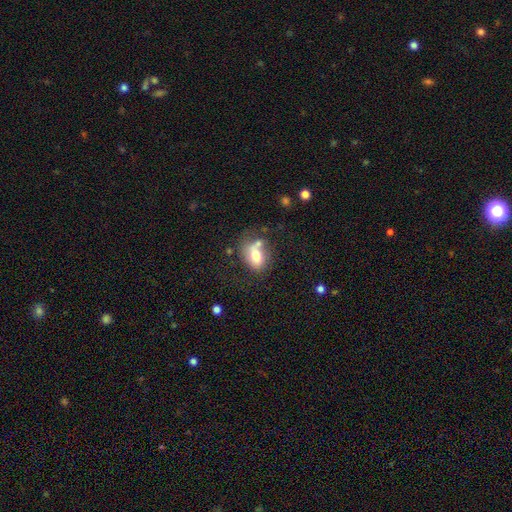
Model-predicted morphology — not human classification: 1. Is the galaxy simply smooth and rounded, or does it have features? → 67% smooth, 24% featured or disk, 9% star or artifact.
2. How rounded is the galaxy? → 72% in between, 26% round, 2% cigar-shaped.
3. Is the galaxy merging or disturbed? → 40% none, 26% merger, 22% minor disturbance, 11% major disturbance.